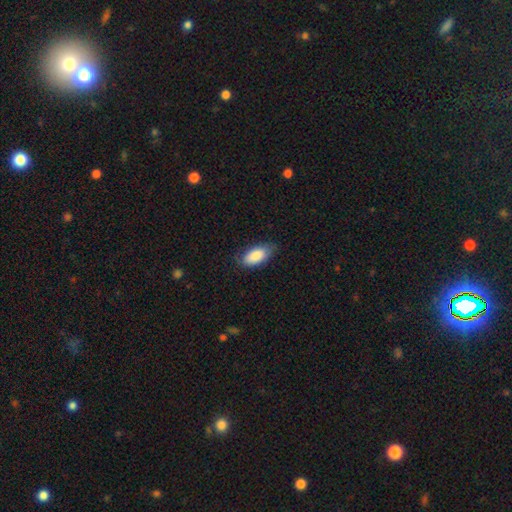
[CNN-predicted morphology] Smooth or featured: smooth — 85% (featured or disk — 9%)
How rounded: in between — 91% (cigar-shaped — 6%)
Merging: none — 73% (minor disturbance — 22%)